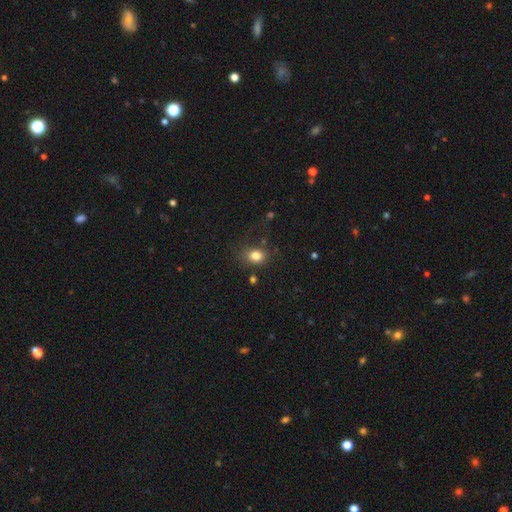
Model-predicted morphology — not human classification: A smooth galaxy with no disk features (82%) that is in between round and cigar-shaped (53%).

Vote fractions:
- Smooth or featured? smooth: 82% / star or artifact: 12% / featured or disk: 6%
- How rounded? in between: 53% / round: 46% / cigar-shaped: 1%
- Merging? none: 72% / minor disturbance: 17% / major disturbance: 7% / merger: 4%